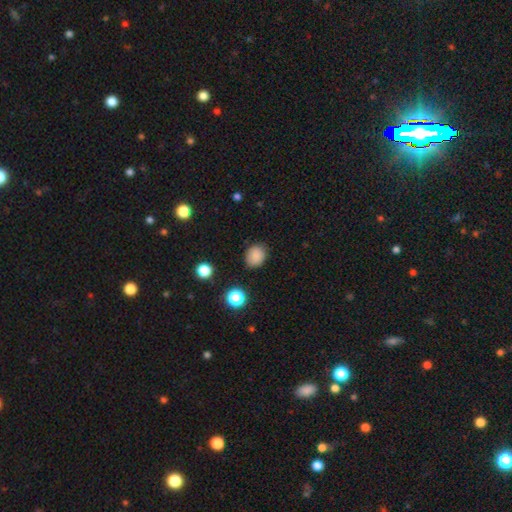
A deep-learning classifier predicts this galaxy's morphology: This appears to be a smooth galaxy with no disk features (84%) that is round (58%). Merging: none (83%).